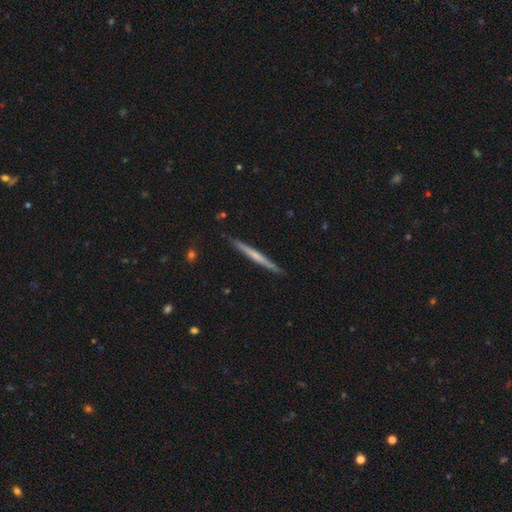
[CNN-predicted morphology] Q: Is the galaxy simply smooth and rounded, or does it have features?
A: featured or disk — 51%.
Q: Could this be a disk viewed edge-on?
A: yes — 98%.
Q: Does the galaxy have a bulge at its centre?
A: none — 76%.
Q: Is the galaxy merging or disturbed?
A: none — 90%.